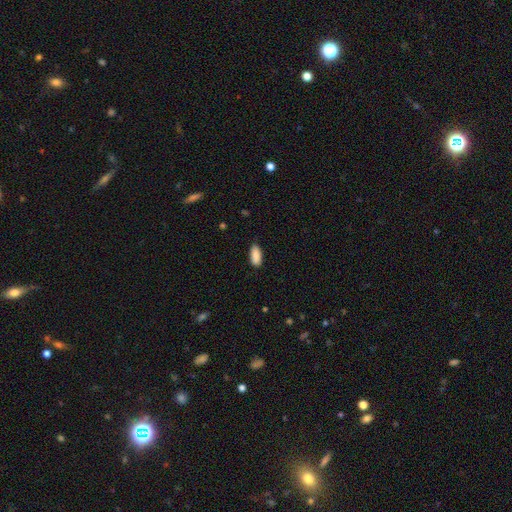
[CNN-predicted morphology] The model was most divided on "merging": none: 84%, minor disturbance: 13%, major disturbance: 2%, merger: 1%. More confident: smooth or featured — smooth (89%); how rounded — in between (86%).